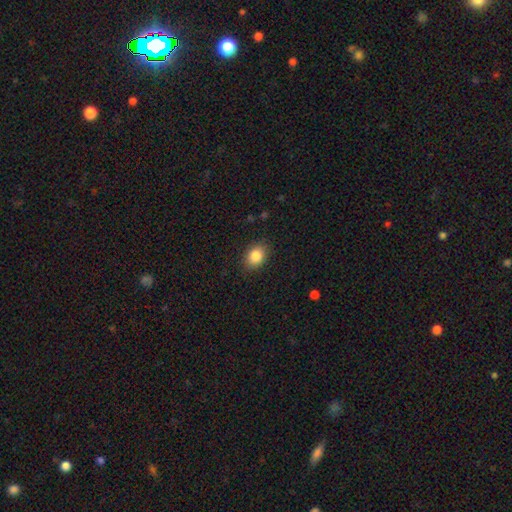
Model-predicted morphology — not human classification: smooth-or-featured: smooth: 86% | star or artifact: 9% | featured or disk: 5%
  how-rounded: in between: 70% | round: 29% | cigar-shaped: 1%
  merging: none: 86% | minor disturbance: 11% | major disturbance: 3% | merger: 1%